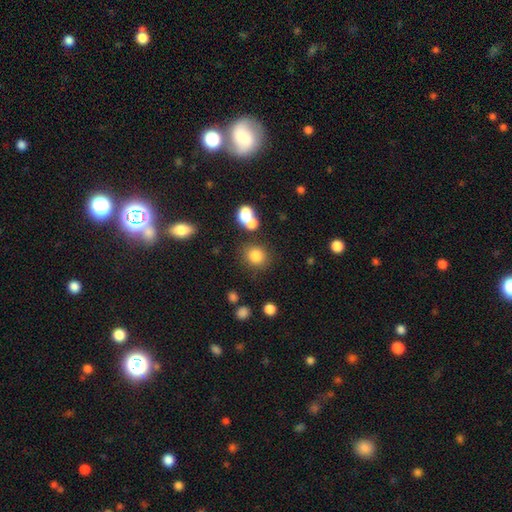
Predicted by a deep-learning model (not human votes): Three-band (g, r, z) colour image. It shows a smooth galaxy with no disk features (81%) that is round (80%). Merging: none (73%).